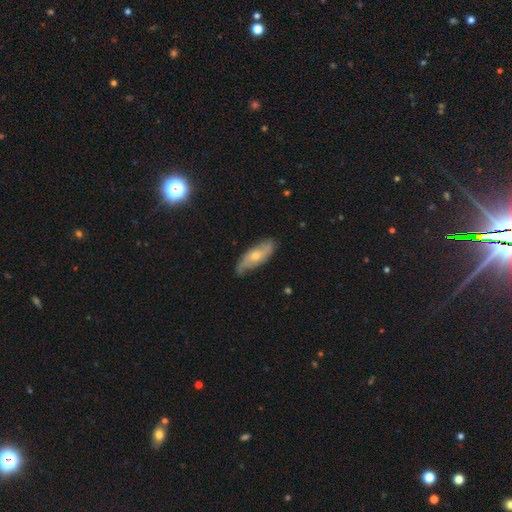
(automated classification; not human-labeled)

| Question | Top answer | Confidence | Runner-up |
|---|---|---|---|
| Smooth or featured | featured or disk | 64% | smooth (28%) |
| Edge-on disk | no | 79% | yes (21%) |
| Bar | no | 73% | weak (21%) |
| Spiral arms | yes | 84% | no (16%) |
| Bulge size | small | 50% | moderate (46%) |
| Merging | none | 76% | minor disturbance (19%) |